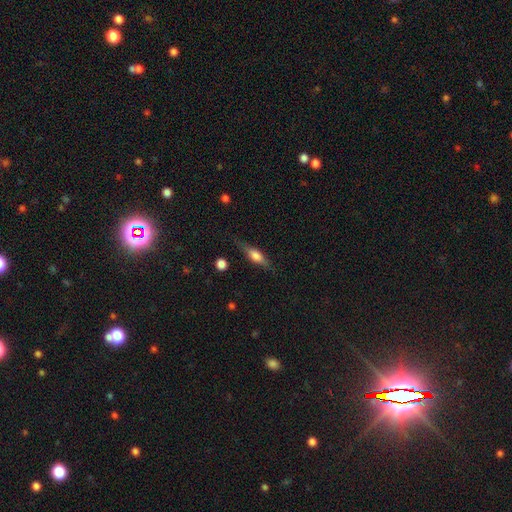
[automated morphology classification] type=smooth (48%); merging=none (75%).